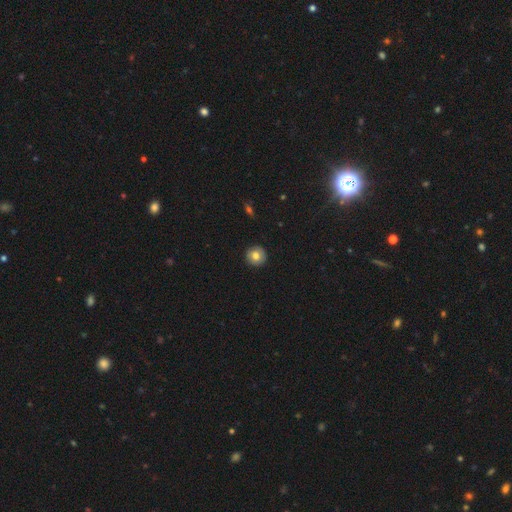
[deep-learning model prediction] Overall: smooth (78%). How rounded: round (95%). Merging: none (91%).